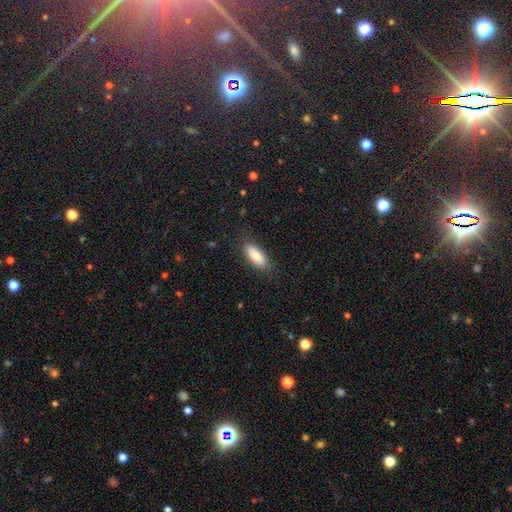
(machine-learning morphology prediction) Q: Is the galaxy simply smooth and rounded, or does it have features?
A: smooth — 83%.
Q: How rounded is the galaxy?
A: in between — 77%.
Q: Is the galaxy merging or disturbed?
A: none — 84%.